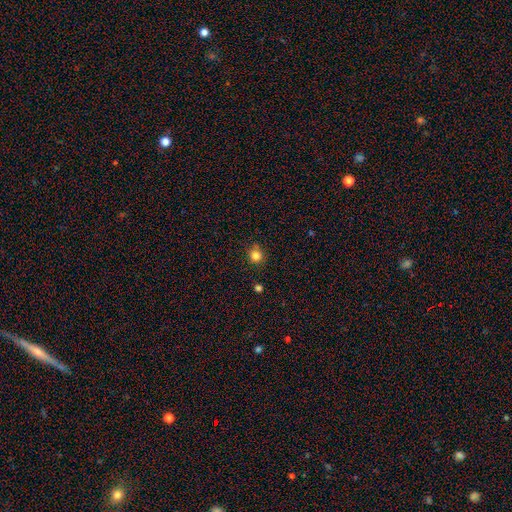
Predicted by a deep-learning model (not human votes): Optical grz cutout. It shows a smooth galaxy with no disk features (83%) that is round (89%). Merging: none (85%).